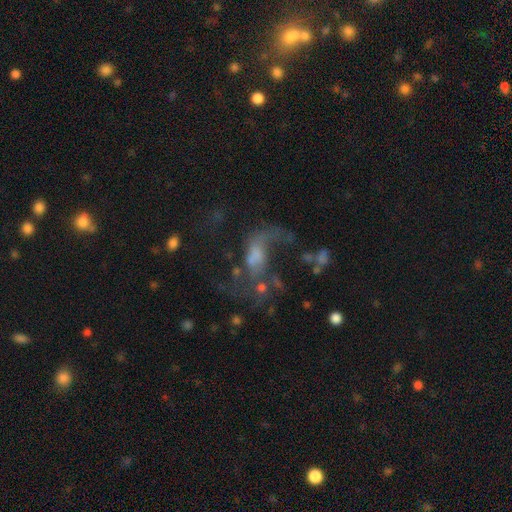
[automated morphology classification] Smooth or featured: featured or disk — 56% (smooth — 27%)
Edge-on disk: no — 95% (yes — 5%)
Bar: no — 65% (weak — 27%)
Spiral arms: yes — 54% (no — 46%)
Bulge size: none — 36% (small — 29%)
Merging: major disturbance — 45% (none — 26%)